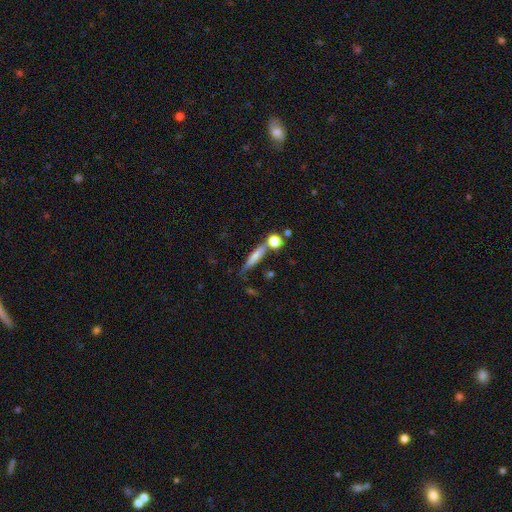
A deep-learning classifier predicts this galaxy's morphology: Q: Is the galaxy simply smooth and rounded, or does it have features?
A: smooth — 62%.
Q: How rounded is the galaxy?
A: cigar-shaped — 83%.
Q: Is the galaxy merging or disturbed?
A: none — 65%.